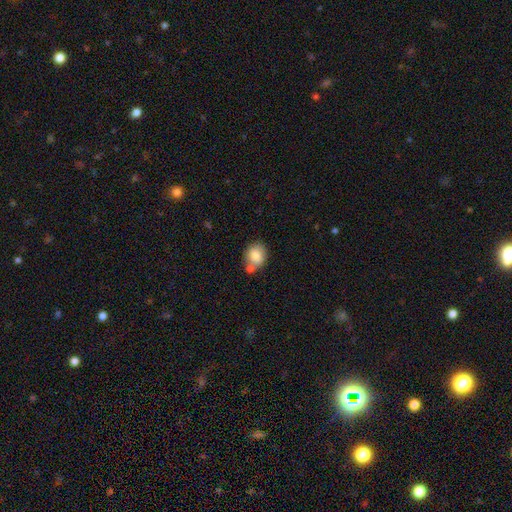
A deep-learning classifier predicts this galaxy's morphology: Smooth or featured?
  - smooth: 81% *
  - featured or disk: 11%
  - star or artifact: 9%
How rounded?
  - round: 61% *
  - in between: 38%
  - cigar-shaped: 1%
Merging?
  - none: 60% *
  - merger: 22%
  - minor disturbance: 15%
  - major disturbance: 4%